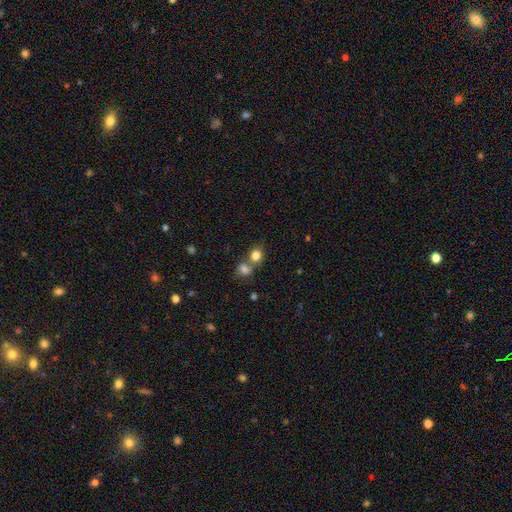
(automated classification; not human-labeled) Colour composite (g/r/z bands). It shows a smooth galaxy with no disk features (82%) that is round (68%). Merging: none (45%).